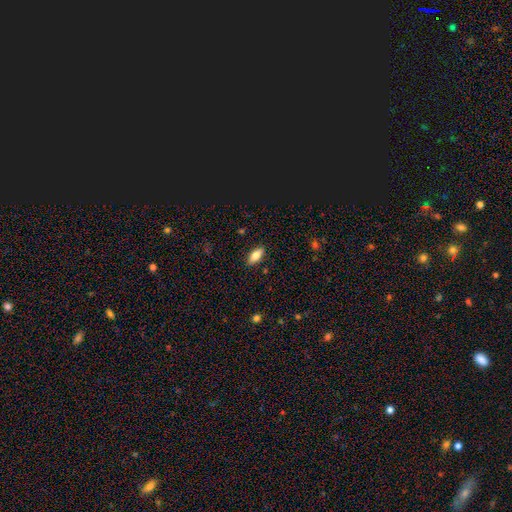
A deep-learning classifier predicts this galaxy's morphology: smooth-or-featured: smooth: 71% | featured or disk: 21% | star or artifact: 8%
  how-rounded: in between: 80% | cigar-shaped: 18% | round: 3%
  merging: none: 88% | minor disturbance: 9% | major disturbance: 2% | merger: 1%